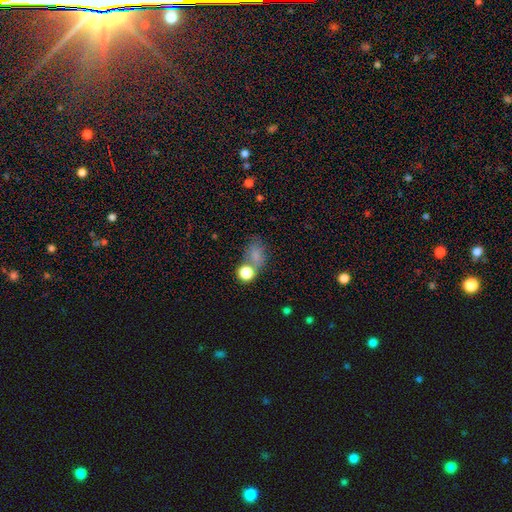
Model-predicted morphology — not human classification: Smooth or featured? Predicted: smooth (p=0.72). How rounded? Predicted: in between (p=0.62). Merging? Predicted: none (p=0.47).